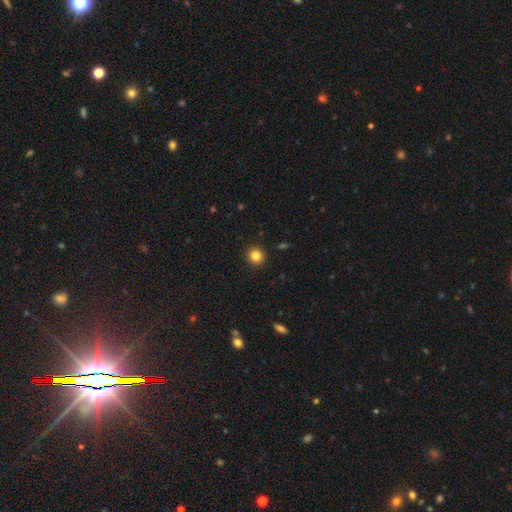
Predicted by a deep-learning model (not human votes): This is clearly a smooth galaxy (84%). How rounded: clearly round (93%). Merging: clearly none (92%).